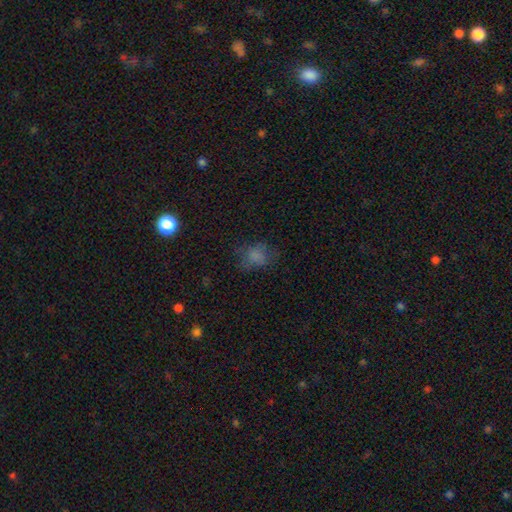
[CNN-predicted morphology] Smooth or featured: smooth — 70% (star or artifact — 17%)
How rounded: in between — 54% (round — 45%)
Merging: none — 60% (minor disturbance — 22%)